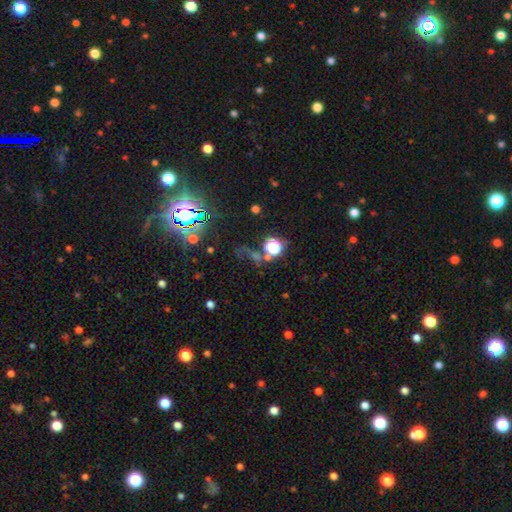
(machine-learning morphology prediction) Smooth or featured? Predicted: star or artifact (p=0.67).